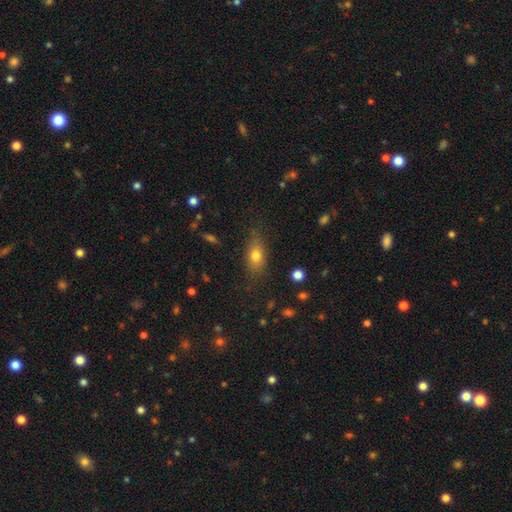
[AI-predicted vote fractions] Q: Smooth or featured?
A: smooth (74%); runner-up: featured or disk (15%)
Q: How rounded?
A: in between (76%); runner-up: round (13%)
Q: Merging?
A: none (75%); runner-up: minor disturbance (18%)